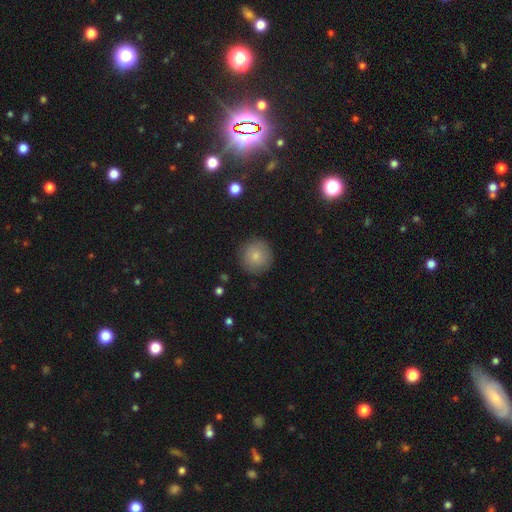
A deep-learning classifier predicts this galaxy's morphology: smooth 82%, featured or disk 10%, star or artifact 8%. Down the decision tree: how rounded — round (94%); merging — none (87%).